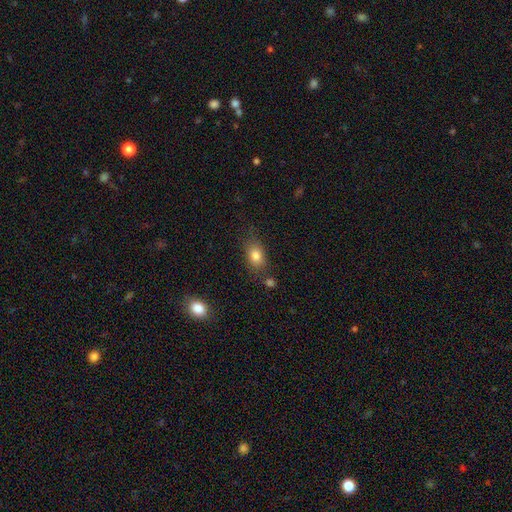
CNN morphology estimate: smooth-or-featured: smooth: 81% | star or artifact: 10% | featured or disk: 8%
  how-rounded: in between: 72% | round: 26% | cigar-shaped: 2%
  merging: none: 73% | minor disturbance: 17% | merger: 6% | major disturbance: 5%